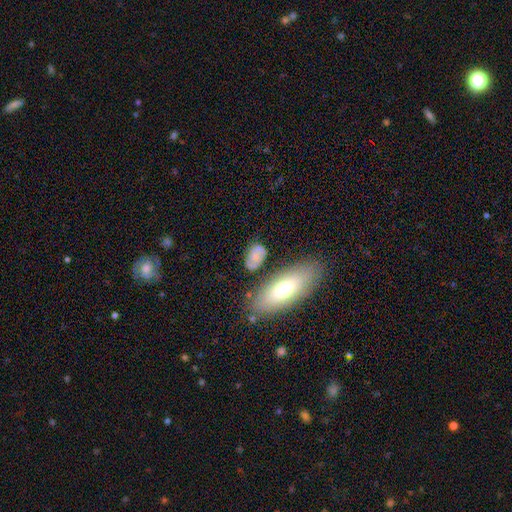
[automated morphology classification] type=smooth (57%); roundness=in between (84%); merging=none (66%).